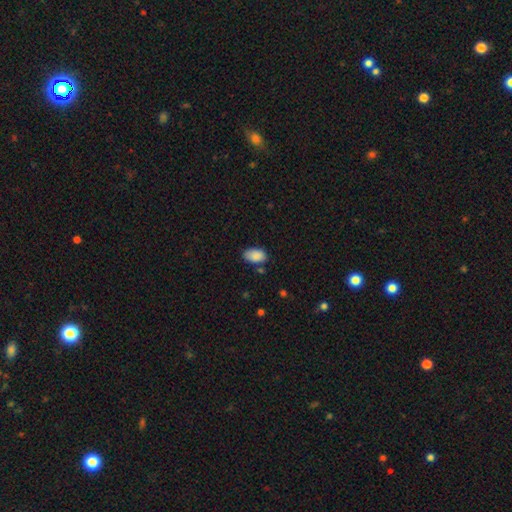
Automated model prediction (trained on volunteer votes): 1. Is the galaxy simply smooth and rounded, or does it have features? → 88% smooth, 7% star or artifact, 4% featured or disk.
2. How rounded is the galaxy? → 92% in between, 7% round, 1% cigar-shaped.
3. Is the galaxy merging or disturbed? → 72% none, 20% minor disturbance, 4% merger, 4% major disturbance.